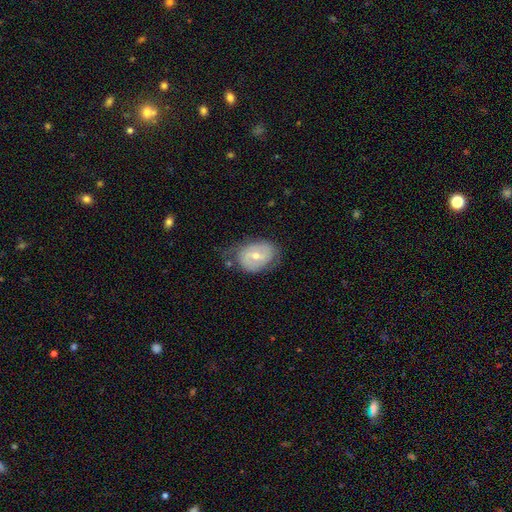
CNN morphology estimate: Q: Smooth or featured?
A: featured or disk (57%); runner-up: smooth (36%)
Q: Edge-on disk?
A: no (95%); runner-up: yes (5%)
Q: Bar?
A: weak (52%); runner-up: no (31%)
Q: Spiral arms?
A: yes (67%); runner-up: no (33%)
Q: Bulge size?
A: moderate (56%); runner-up: small (41%)
Q: Merging?
A: none (56%); runner-up: minor disturbance (29%)